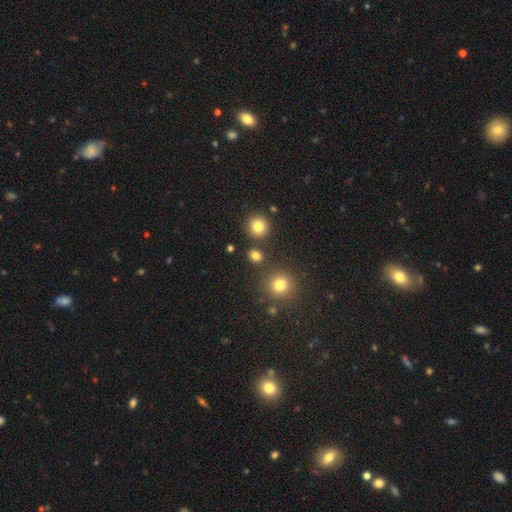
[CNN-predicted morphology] type=smooth (80%); roundness=round (81%); merging=none (85%).